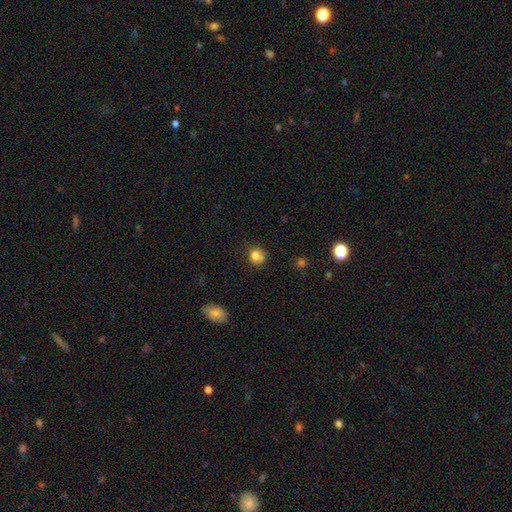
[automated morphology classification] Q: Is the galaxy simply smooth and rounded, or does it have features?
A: smooth — 78%.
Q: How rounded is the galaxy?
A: round — 75%.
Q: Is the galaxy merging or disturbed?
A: none — 56%.